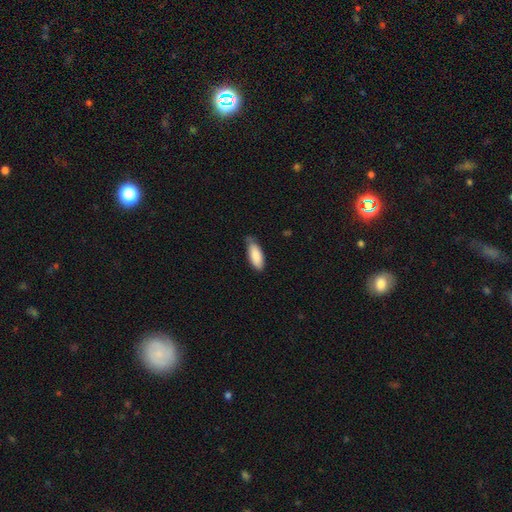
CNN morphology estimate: A smooth galaxy with no disk features (87%) that is in between round and cigar-shaped (77%). Merging: none (63%).